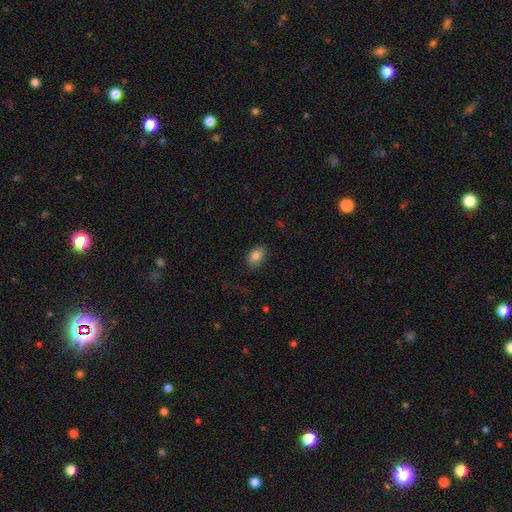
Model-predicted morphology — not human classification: Smooth or featured: smooth — 84% (featured or disk — 8%)
How rounded: in between — 87% (round — 11%)
Merging: none — 80% (minor disturbance — 15%)